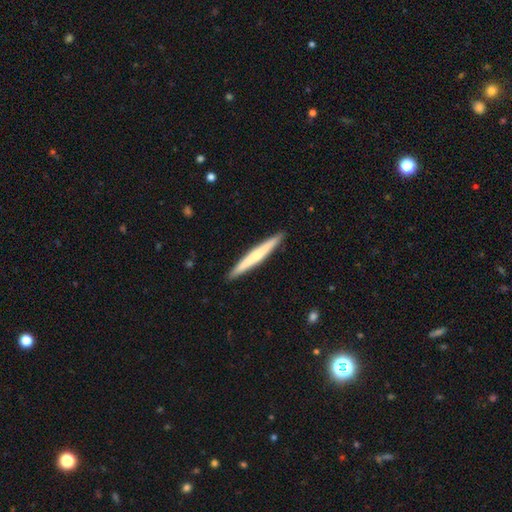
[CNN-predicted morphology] Smooth or featured? Predicted: smooth (p=0.51). How rounded? Predicted: cigar-shaped (p=0.97). Merging? Predicted: none (p=0.92).